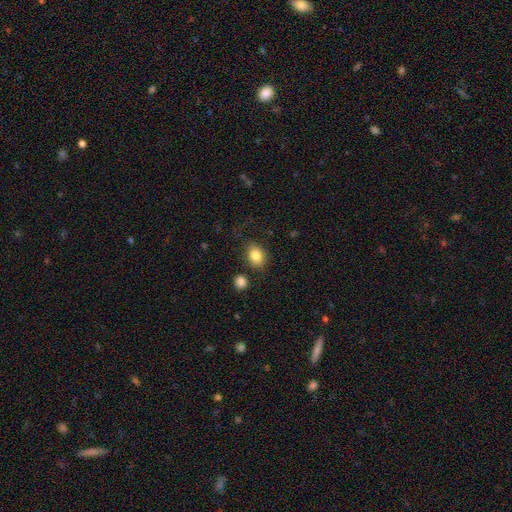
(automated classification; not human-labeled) Smooth or featured? Predicted: smooth (p=0.84). How rounded? Predicted: in between (p=0.60). Merging? Predicted: none (p=0.76).